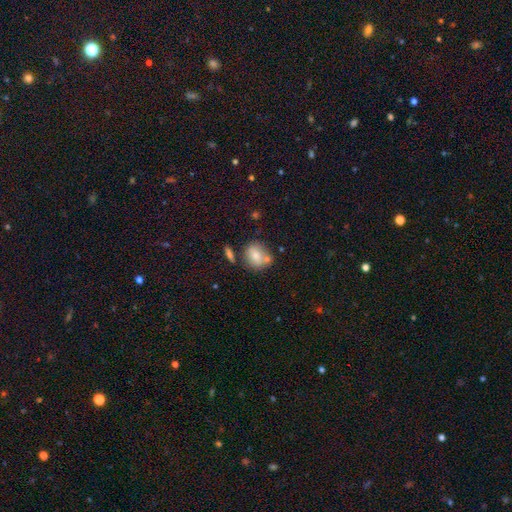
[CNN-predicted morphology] A smooth galaxy with no disk features (75%) that is round (53%).

Vote fractions:
- Smooth or featured? smooth: 75% / featured or disk: 16% / star or artifact: 9%
- How rounded? round: 53% / in between: 45% / cigar-shaped: 2%
- Merging? none: 58% / merger: 20% / minor disturbance: 17% / major disturbance: 5%